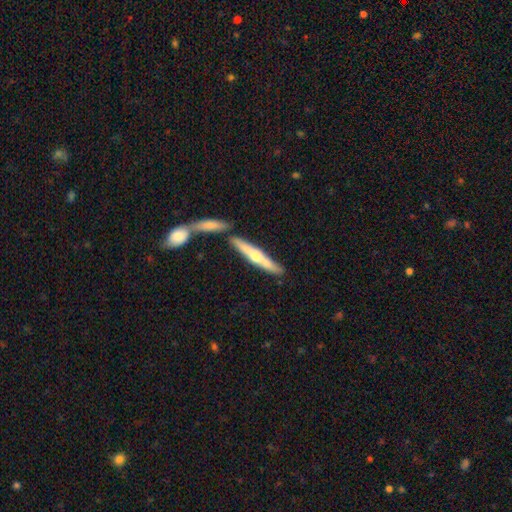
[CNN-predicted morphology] Q: Smooth or featured?
A: featured or disk (59%); runner-up: smooth (36%)
Q: Edge-on disk?
A: yes (94%); runner-up: no (6%)
Q: Edge-on bulge?
A: rounded (87%); runner-up: none (9%)
Q: Merging?
A: none (69%); runner-up: merger (17%)